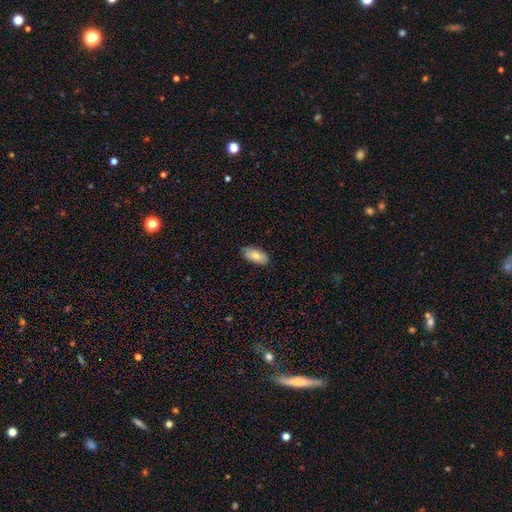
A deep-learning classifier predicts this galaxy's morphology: Overall: smooth (83%). How rounded: in between (92%). Merging: none (79%).